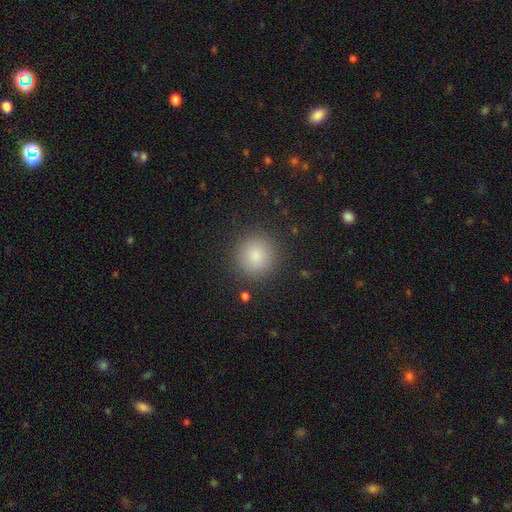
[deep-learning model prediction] Overall: smooth (85%). How rounded: round (92%). Merging: none (88%).